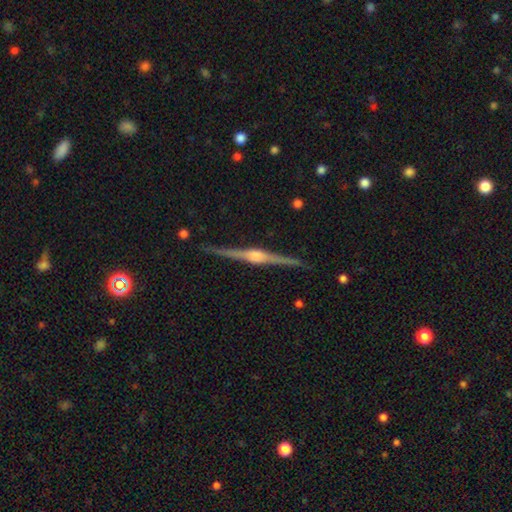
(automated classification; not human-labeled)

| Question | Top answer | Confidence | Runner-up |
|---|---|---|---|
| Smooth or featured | featured or disk | 88% | smooth (7%) |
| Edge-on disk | yes | 99% | no (1%) |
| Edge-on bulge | rounded | 87% | boxy (10%) |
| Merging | none | 91% | minor disturbance (7%) |